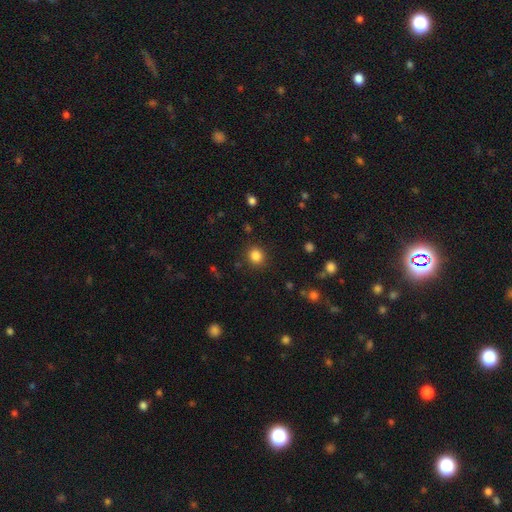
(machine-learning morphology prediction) Q: Smooth or featured?
A: smooth (84%); runner-up: star or artifact (12%)
Q: How rounded?
A: round (83%); runner-up: in between (16%)
Q: Merging?
A: none (89%); runner-up: minor disturbance (7%)